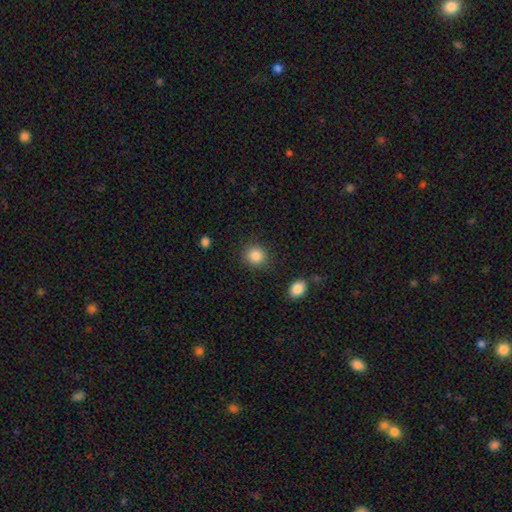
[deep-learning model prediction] Smooth or featured?
  - smooth: 87% *
  - star or artifact: 9%
  - featured or disk: 4%
How rounded?
  - round: 86% *
  - in between: 13%
  - cigar-shaped: 1%
Merging?
  - none: 86% *
  - minor disturbance: 8%
  - major disturbance: 3%
  - merger: 2%